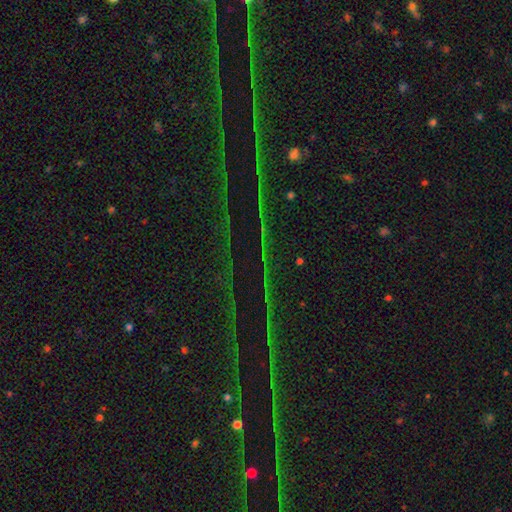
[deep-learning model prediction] Smooth or featured? star or artifact (80%)